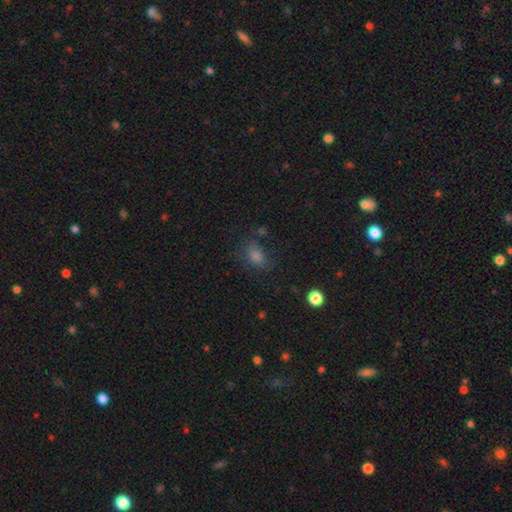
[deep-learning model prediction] This is likely a smooth galaxy (63%). How rounded: likely in between (72%). Merging: likely none (67%).